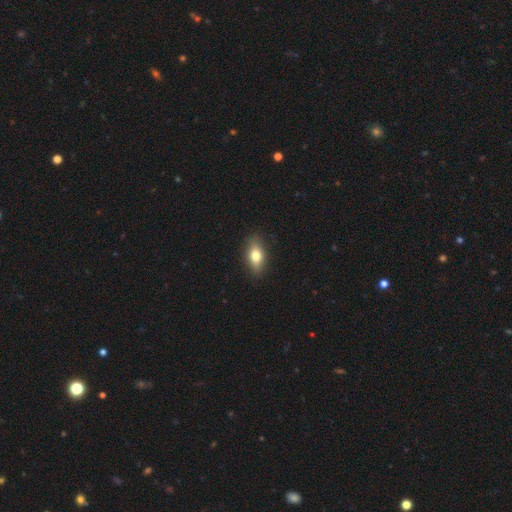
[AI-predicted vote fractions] A smooth galaxy with no disk features (75%) that is in between round and cigar-shaped (82%). Merging: none (87%).